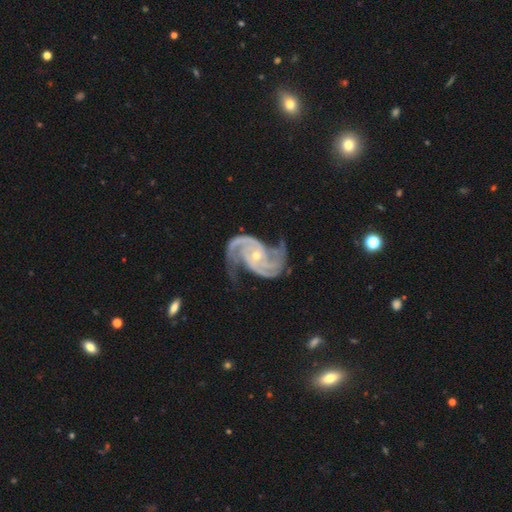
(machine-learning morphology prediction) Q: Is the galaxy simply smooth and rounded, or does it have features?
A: featured or disk — 94%.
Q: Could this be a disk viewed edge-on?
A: no — 98%.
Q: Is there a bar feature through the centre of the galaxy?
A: no — 63%.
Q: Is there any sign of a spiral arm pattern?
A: yes — 99%.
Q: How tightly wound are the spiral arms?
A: medium — 53%.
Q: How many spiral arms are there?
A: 2 — 49%.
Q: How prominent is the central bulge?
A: small — 69%.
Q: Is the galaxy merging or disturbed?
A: none — 62%.